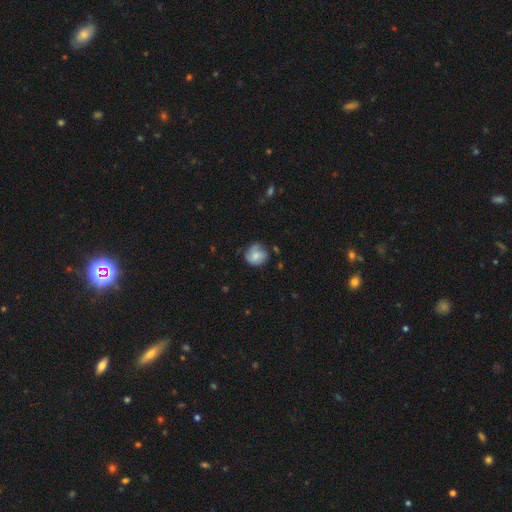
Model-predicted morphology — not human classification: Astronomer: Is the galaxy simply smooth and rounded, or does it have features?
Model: smooth — 68%.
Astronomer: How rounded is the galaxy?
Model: round — 80%.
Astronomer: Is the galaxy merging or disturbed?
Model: none — 59%.